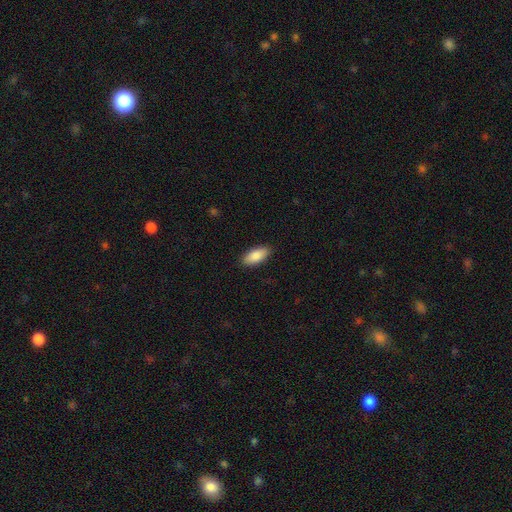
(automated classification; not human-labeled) Smooth or featured?
  - smooth: 87% *
  - featured or disk: 7%
  - star or artifact: 6%
How rounded?
  - in between: 88% *
  - cigar-shaped: 9%
  - round: 2%
Merging?
  - none: 89% *
  - minor disturbance: 8%
  - major disturbance: 2%
  - merger: 1%